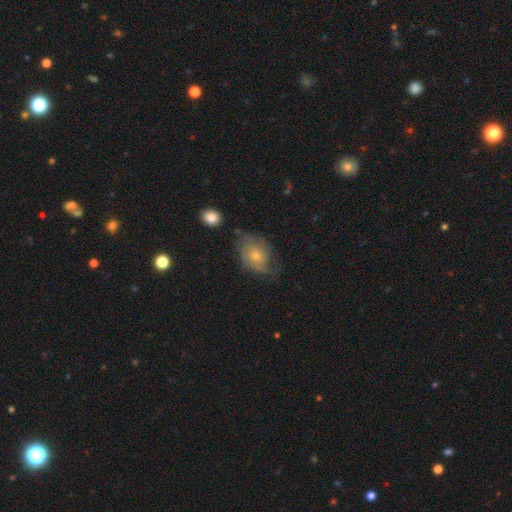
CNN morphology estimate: type=featured or disk (51%); edge-on=no (96%); merging=none (48%).